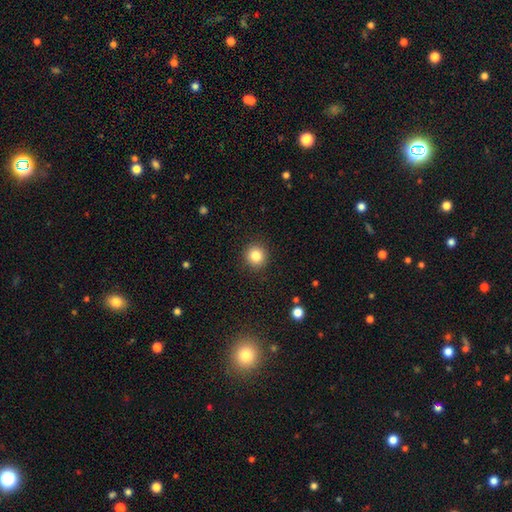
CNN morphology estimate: This appears to be a smooth galaxy with no disk features (83%) that is round (92%). Merging: none (91%).